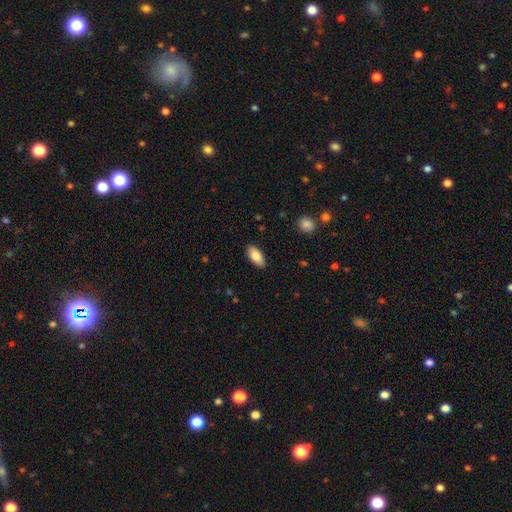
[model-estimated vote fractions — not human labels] A smooth galaxy with no disk features (84%) that is in between round and cigar-shaped (88%).

Vote fractions:
- Smooth or featured? smooth: 84% / featured or disk: 10% / star or artifact: 6%
- How rounded? in between: 88% / cigar-shaped: 10% / round: 2%
- Merging? none: 88% / minor disturbance: 8% / major disturbance: 2% / merger: 1%